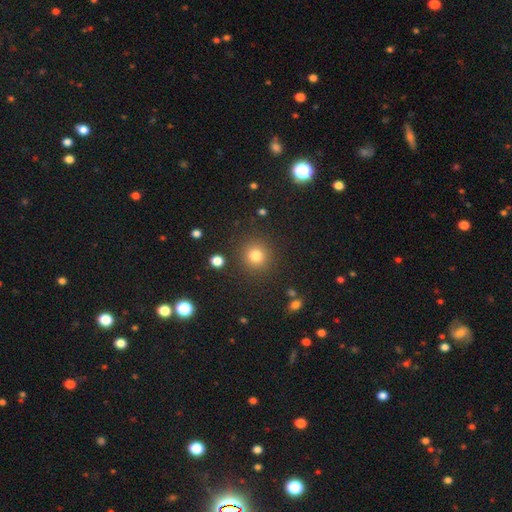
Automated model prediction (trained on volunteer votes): Smooth or featured? smooth (80%)
How rounded? round (92%)
Merging? none (88%)